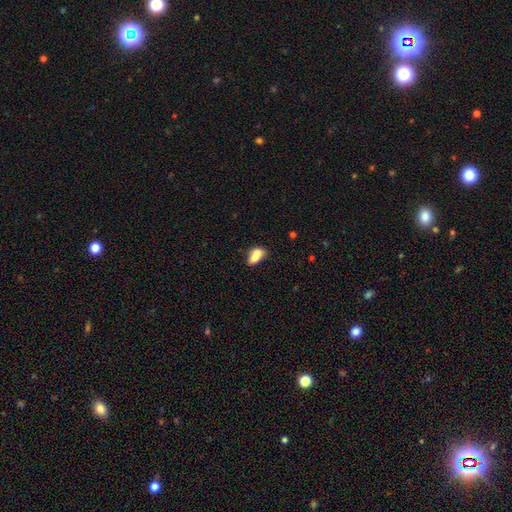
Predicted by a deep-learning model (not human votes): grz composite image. It shows a smooth galaxy with no disk features (74%) that is in between round and cigar-shaped (82%). Merging: merger (39%).